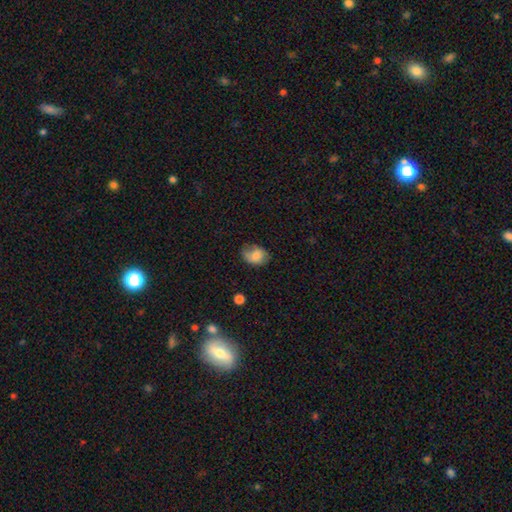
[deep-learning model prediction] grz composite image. It shows a smooth galaxy with no disk features (78%) that is in between round and cigar-shaped (70%). Merging: none (56%).